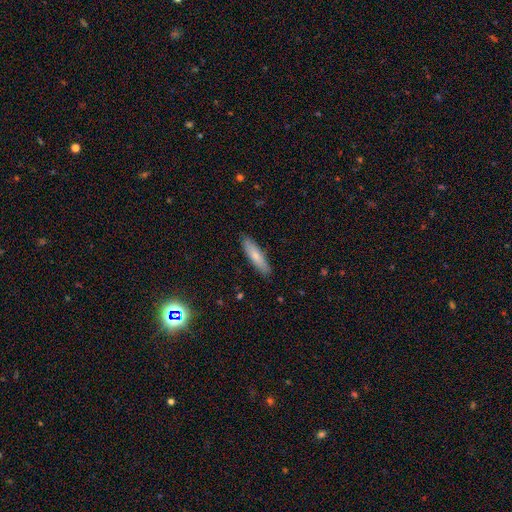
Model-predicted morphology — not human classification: smooth-or-featured: smooth: 72% | featured or disk: 22% | star or artifact: 6%
  how-rounded: cigar-shaped: 73% | in between: 25% | round: 2%
  merging: none: 88% | minor disturbance: 9% | major disturbance: 2% | merger: 1%